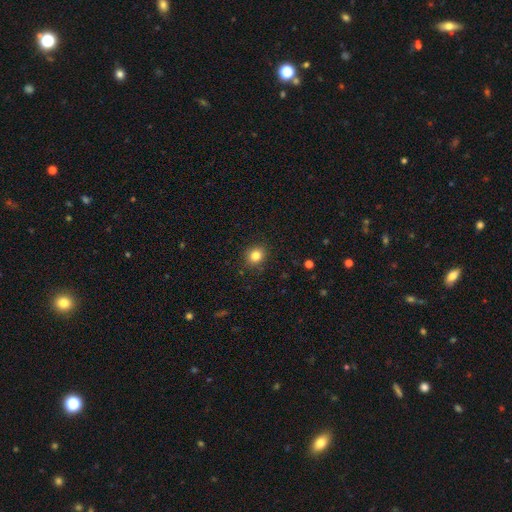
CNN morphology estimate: Q: Smooth or featured?
A: smooth (83%); runner-up: star or artifact (11%)
Q: How rounded?
A: round (72%); runner-up: in between (27%)
Q: Merging?
A: none (89%); runner-up: minor disturbance (8%)